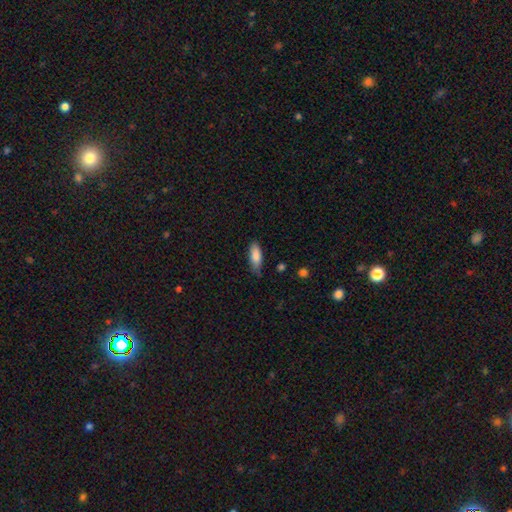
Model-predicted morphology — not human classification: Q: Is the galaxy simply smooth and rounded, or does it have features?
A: smooth — 86%.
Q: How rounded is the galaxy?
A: in between — 71%.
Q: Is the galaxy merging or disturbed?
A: none — 73%.